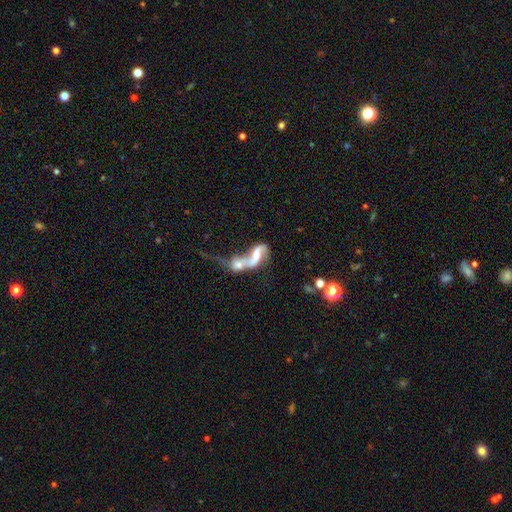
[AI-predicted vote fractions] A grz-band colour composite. It shows a featured or disk galaxy (67%) with no bar (43%), spiral arms (76%) and no central bulge (31%). Merging: merger (74%).